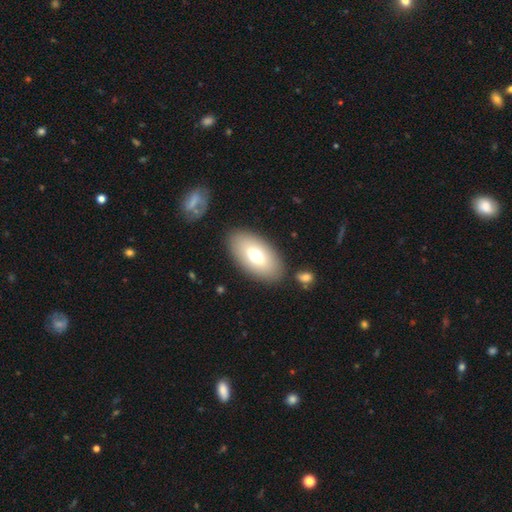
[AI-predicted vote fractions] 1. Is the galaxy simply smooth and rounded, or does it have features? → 67% smooth, 26% featured or disk, 7% star or artifact.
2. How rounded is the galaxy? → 93% in between, 4% round, 3% cigar-shaped.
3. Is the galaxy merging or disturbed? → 85% none, 8% minor disturbance, 4% merger, 3% major disturbance.